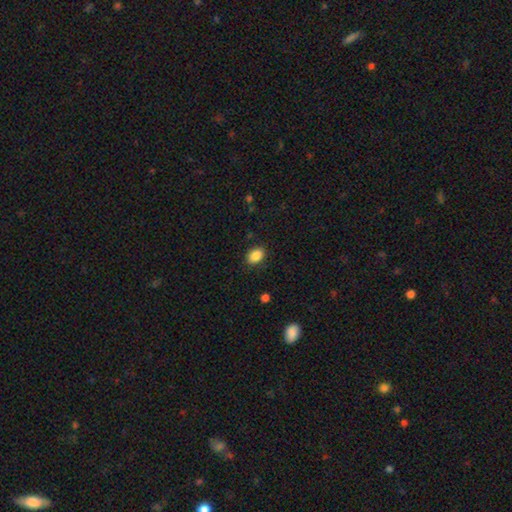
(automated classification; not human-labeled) A smooth galaxy with no disk features (87%) that is in between round and cigar-shaped (82%). Merging: none (86%).